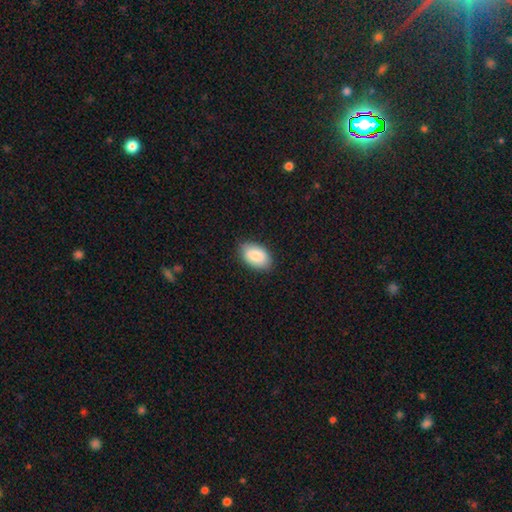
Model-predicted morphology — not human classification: A smooth galaxy with no disk features (86%) that is in between round and cigar-shaped (93%).

Vote fractions:
- Smooth or featured? smooth: 86% / featured or disk: 8% / star or artifact: 6%
- How rounded? in between: 93% / round: 6% / cigar-shaped: 1%
- Merging? none: 83% / minor disturbance: 13% / major disturbance: 3% / merger: 1%